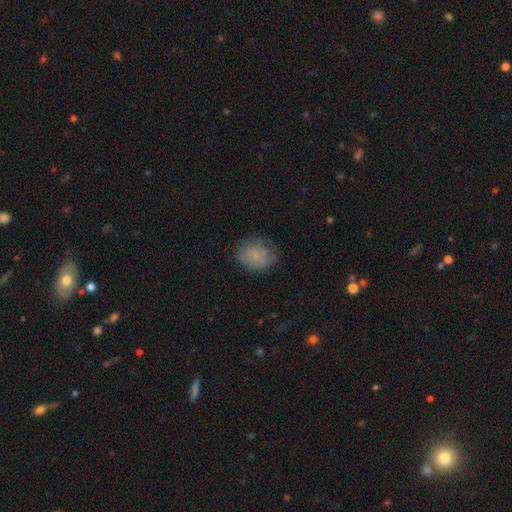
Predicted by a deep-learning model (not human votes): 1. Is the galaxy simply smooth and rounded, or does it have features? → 71% smooth, 20% featured or disk, 9% star or artifact.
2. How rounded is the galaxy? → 59% round, 40% in between, 1% cigar-shaped.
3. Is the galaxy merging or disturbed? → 64% none, 24% minor disturbance, 11% major disturbance, 1% merger.